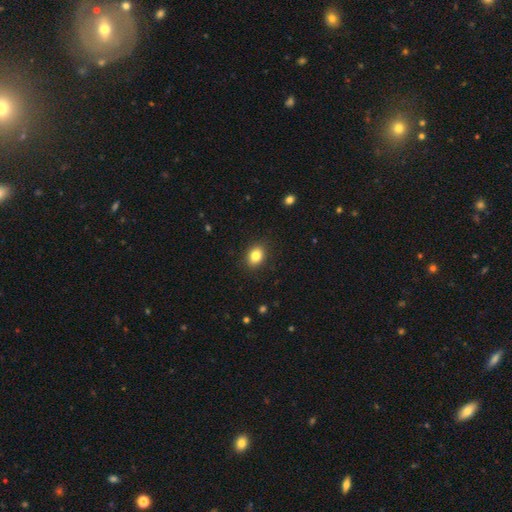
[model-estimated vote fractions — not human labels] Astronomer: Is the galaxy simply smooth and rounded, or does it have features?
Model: smooth — 84%.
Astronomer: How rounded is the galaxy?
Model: in between — 61% (runner-up: round, 38%).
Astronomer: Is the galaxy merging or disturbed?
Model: none — 89%.